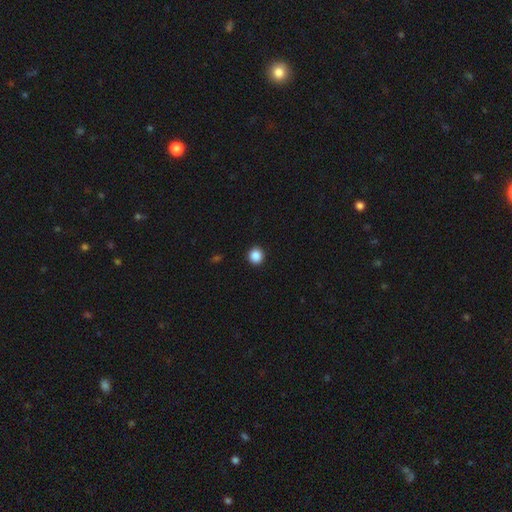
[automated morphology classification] smooth-or-featured: smooth: 87% | star or artifact: 10% | featured or disk: 3%
  how-rounded: round: 92% | in between: 7% | cigar-shaped: 1%
  merging: none: 94% | minor disturbance: 4% | major disturbance: 1% | merger: 1%